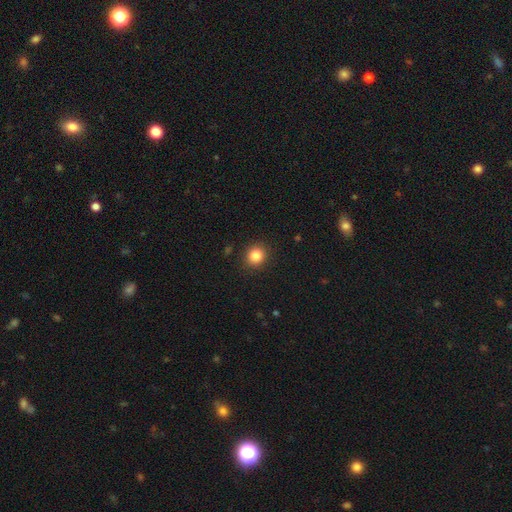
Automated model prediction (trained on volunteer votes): Smooth or featured: smooth — 85% (star or artifact — 11%)
How rounded: round — 84% (in between — 15%)
Merging: none — 90% (minor disturbance — 7%)